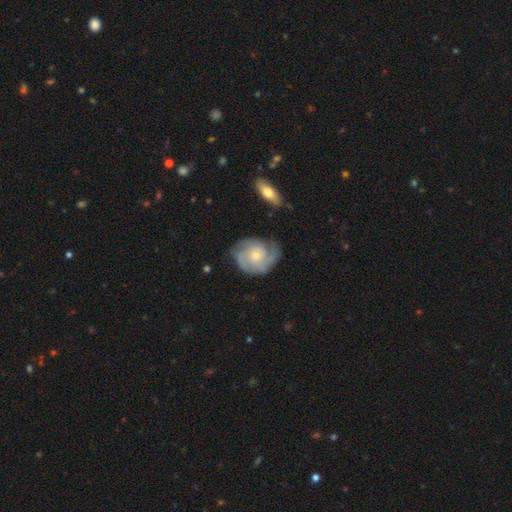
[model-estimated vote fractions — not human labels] This is likely a featured or disk galaxy (74%). It is clearly not viewed edge-on (97%). Bar: likely no (78%). Spiral arm pattern: clearly yes (93%). Spiral arm count: marginally 2 (35%). Spiral winding: possibly tight (57%). Central bulge: possibly small (60%). Merging: likely none (65%).